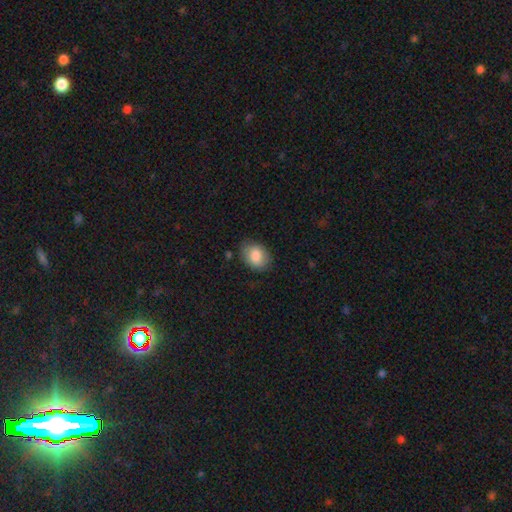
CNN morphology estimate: The model was most divided on "how rounded": in between: 72%, round: 27%, cigar-shaped: 1%. More confident: smooth or featured — smooth (84%); merging — none (80%).